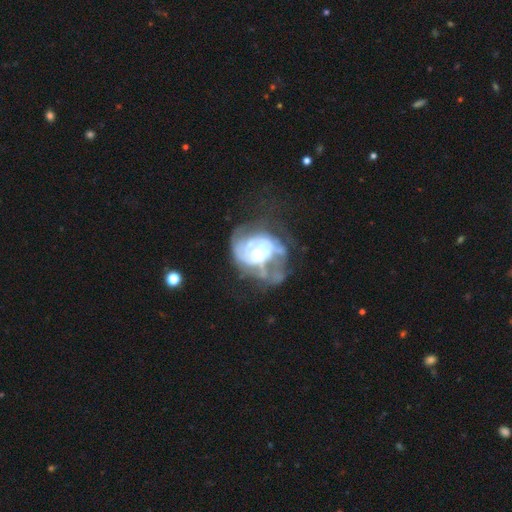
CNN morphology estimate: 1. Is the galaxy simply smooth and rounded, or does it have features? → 79% featured or disk, 14% smooth, 8% star or artifact.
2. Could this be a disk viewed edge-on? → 98% no, 2% yes.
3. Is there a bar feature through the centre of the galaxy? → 75% no, 20% weak, 5% strong.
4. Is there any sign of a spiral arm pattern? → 60% yes, 40% no.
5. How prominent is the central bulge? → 59% moderate, 20% small, 15% large, 4% none, 2% dominant.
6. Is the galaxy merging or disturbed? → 42% major disturbance, 28% none, 20% minor disturbance, 10% merger.